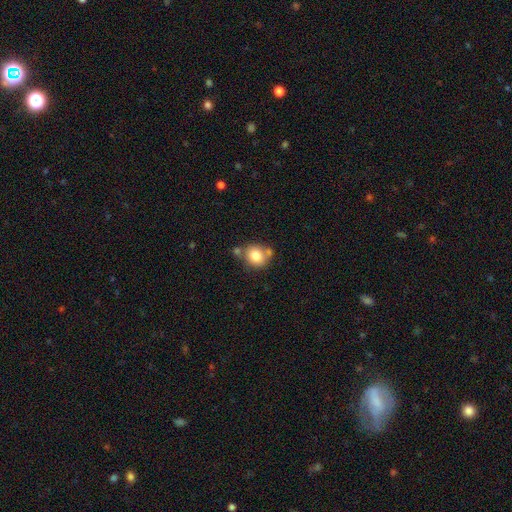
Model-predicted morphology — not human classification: smooth-or-featured: smooth: 79% | featured or disk: 12% | star or artifact: 10%
  how-rounded: round: 75% | in between: 24% | cigar-shaped: 1%
  merging: none: 60% | merger: 21% | minor disturbance: 15% | major disturbance: 4%